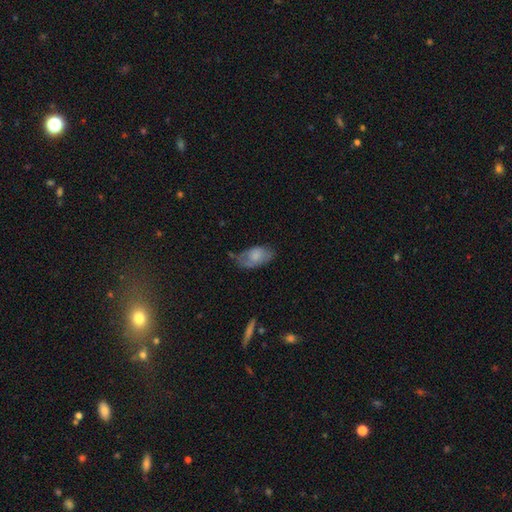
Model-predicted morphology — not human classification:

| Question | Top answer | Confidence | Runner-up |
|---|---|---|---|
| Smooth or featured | smooth | 72% | featured or disk (22%) |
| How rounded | in between | 93% | round (4%) |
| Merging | none | 52% | minor disturbance (33%) |